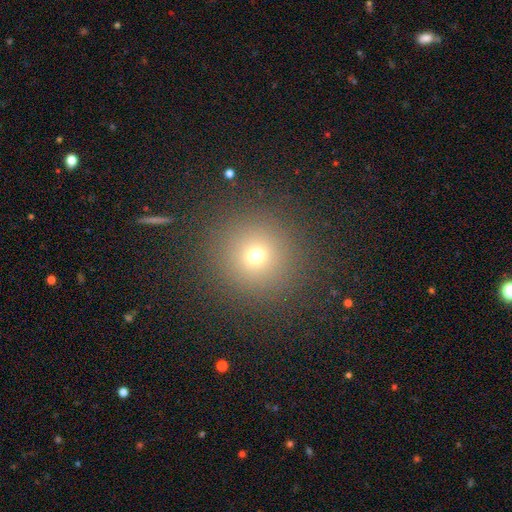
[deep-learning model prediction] Smooth or featured? Predicted: smooth (p=0.69). How rounded? Predicted: round (p=0.93). Merging? Predicted: none (p=0.89).